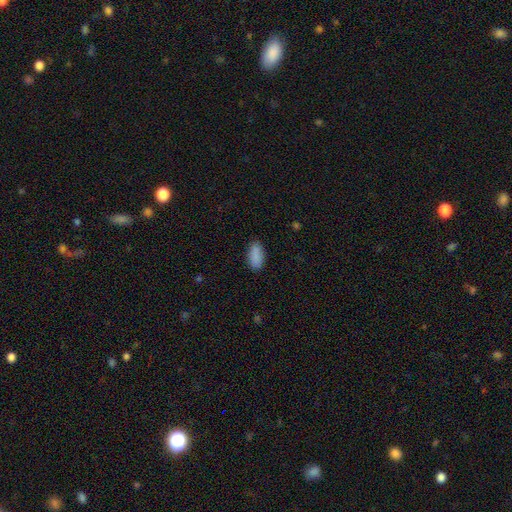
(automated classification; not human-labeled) Smooth or featured?
  - smooth: 88% *
  - star or artifact: 7%
  - featured or disk: 4%
How rounded?
  - in between: 89% *
  - cigar-shaped: 8%
  - round: 2%
Merging?
  - none: 84% *
  - minor disturbance: 12%
  - major disturbance: 3%
  - merger: 1%